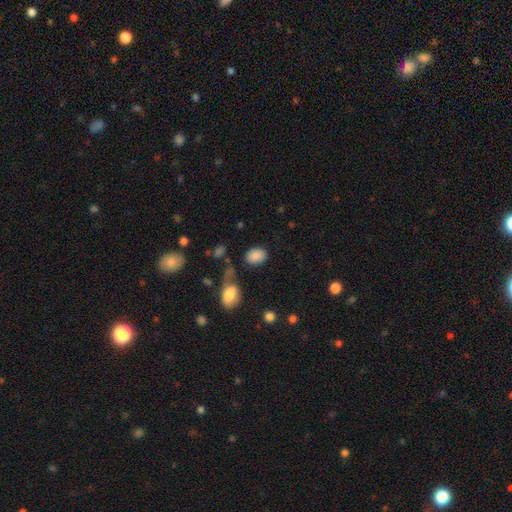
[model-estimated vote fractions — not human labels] The model was most divided on "how rounded": in between: 71%, round: 28%, cigar-shaped: 1%. More confident: smooth or featured — smooth (86%); merging — none (71%).